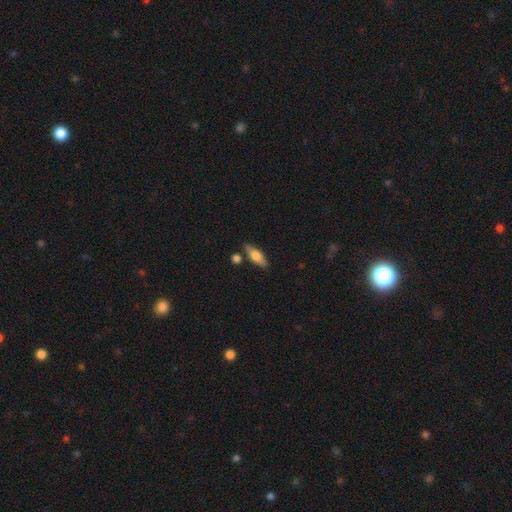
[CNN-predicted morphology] type=smooth (63%); roundness=in between (59%); merging=none (78%).